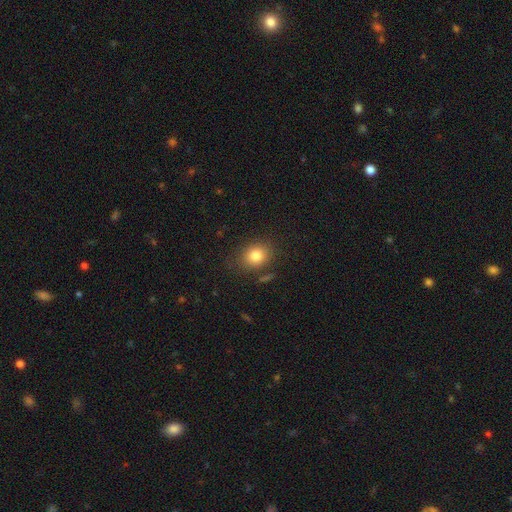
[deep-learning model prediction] This is clearly a smooth galaxy (81%). How rounded: possibly round (58%). Merging: likely none (80%).